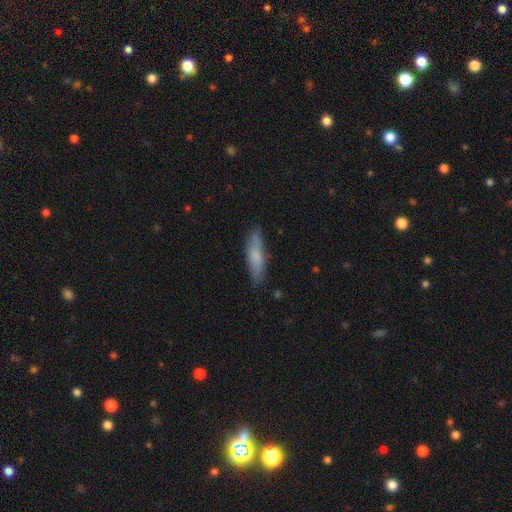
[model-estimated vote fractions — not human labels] Smooth or featured? Predicted: smooth (p=0.71). How rounded? Predicted: cigar-shaped (p=0.68). Merging? Predicted: none (p=0.77).